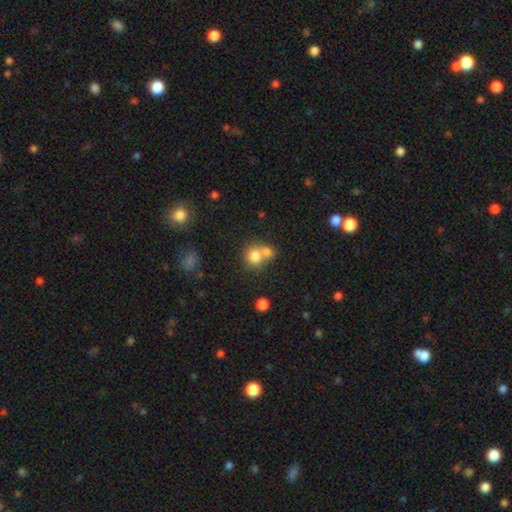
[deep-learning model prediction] Overall: smooth (78%). How rounded: round (79%). Merging: merger (54%; none 35%).